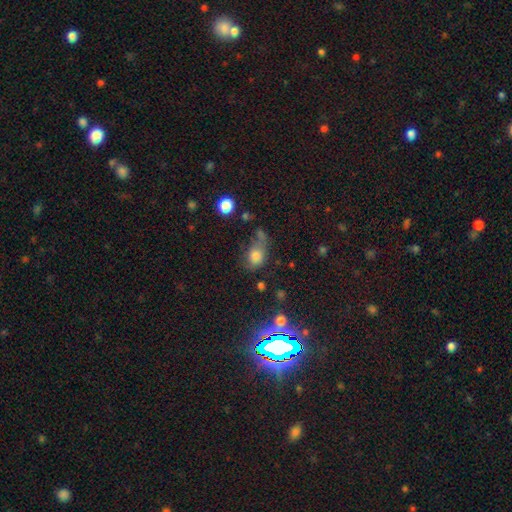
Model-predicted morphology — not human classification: smooth 75%, star or artifact 13%, featured or disk 12%. Down the decision tree: how rounded — in between (65%); merging — none (34%).